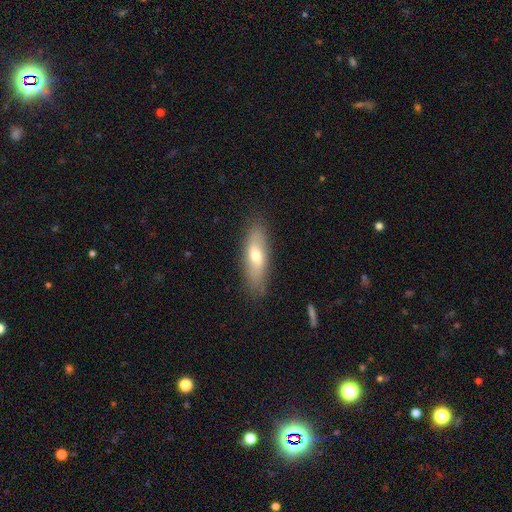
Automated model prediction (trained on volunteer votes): Smooth or featured? smooth (60%)
How rounded? in between (49%, tied with cigar-shaped)
Merging? none (83%)